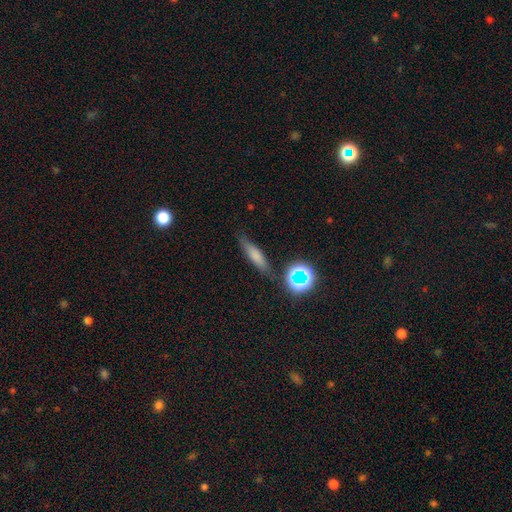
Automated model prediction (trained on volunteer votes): Smooth or featured? Predicted: smooth (p=0.68). How rounded? Predicted: cigar-shaped (p=0.71). Merging? Predicted: none (p=0.76).